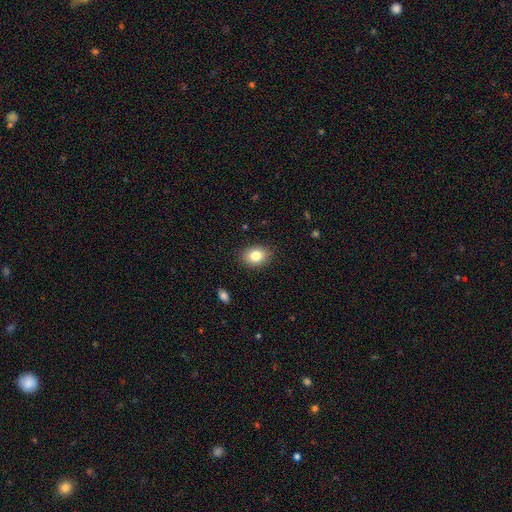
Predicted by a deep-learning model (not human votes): A smooth galaxy with no disk features (82%) that is in between round and cigar-shaped (69%). Merging: none (88%).